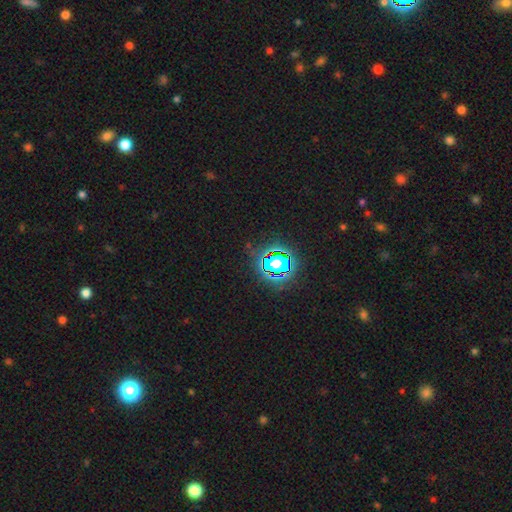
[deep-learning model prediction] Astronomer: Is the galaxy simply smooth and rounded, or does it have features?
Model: star or artifact — 80%.